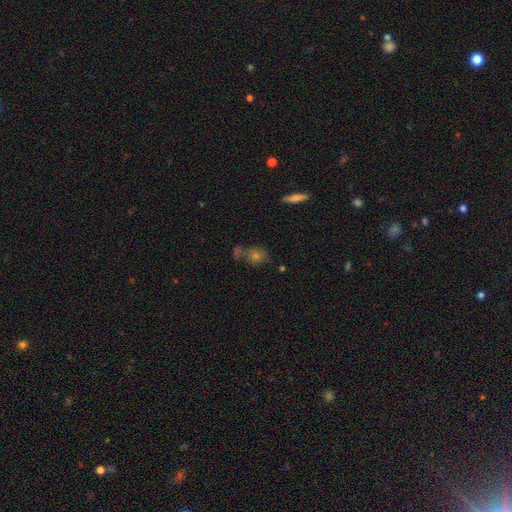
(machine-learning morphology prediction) Smooth or featured?
  - smooth: 49% *
  - featured or disk: 27%
  - star or artifact: 24%
Merging?
  - none: 60% *
  - merger: 18%
  - minor disturbance: 15%
  - major disturbance: 7%